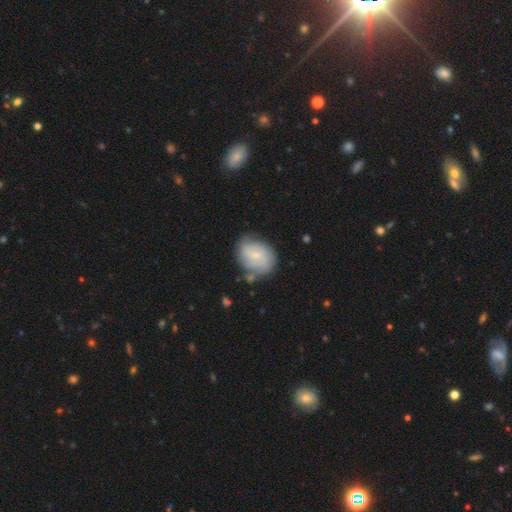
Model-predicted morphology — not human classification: Overall: smooth (51%; featured or disk 42%). How rounded: in between (51%; round 47%). Merging: none (64%).